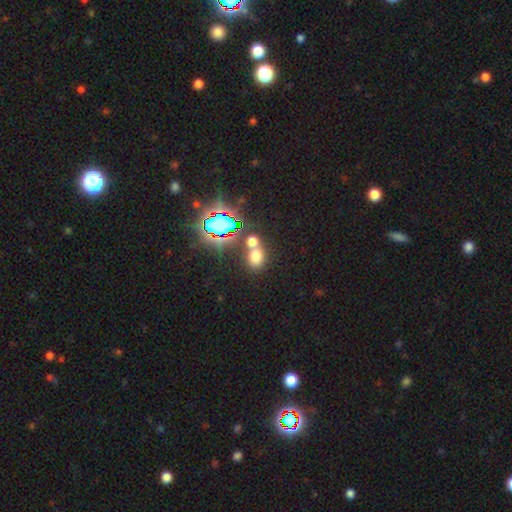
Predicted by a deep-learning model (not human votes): A smooth galaxy with no disk features (64%) that is round (53%).

Vote fractions:
- Smooth or featured? smooth: 64% / star or artifact: 27% / featured or disk: 9%
- How rounded? round: 53% / in between: 46% / cigar-shaped: 2%
- Merging? none: 53% / merger: 33% / minor disturbance: 9% / major disturbance: 5%